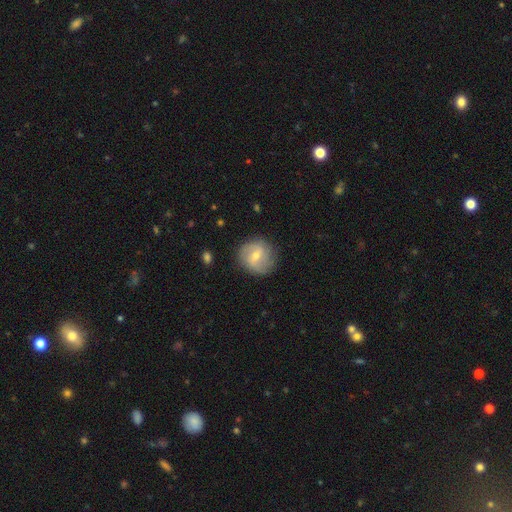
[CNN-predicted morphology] type=featured or disk (52%); edge-on=no (97%); bar=weak (57%); spiral arms=yes (76%); bulge=small (49%); merging=none (82%).